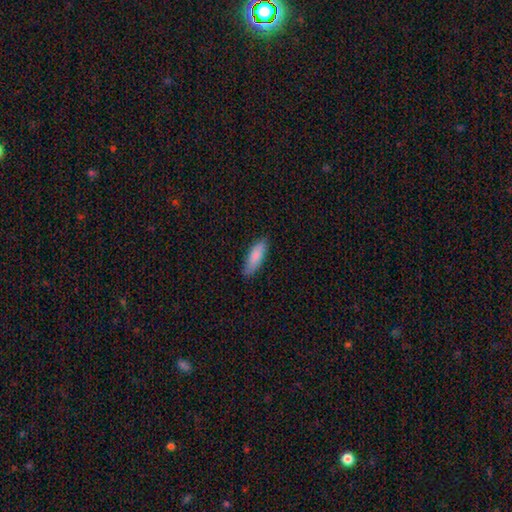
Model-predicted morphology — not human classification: Smooth or featured? Predicted: smooth (p=0.85). How rounded? Predicted: in between (p=0.53). Merging? Predicted: none (p=0.83).